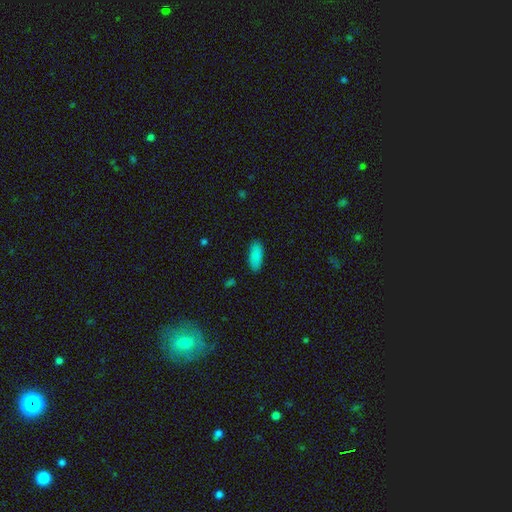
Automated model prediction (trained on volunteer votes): The model was most divided on "how rounded": in between: 83%, cigar-shaped: 15%, round: 2%. More confident: smooth or featured — smooth (88%); merging — none (87%).